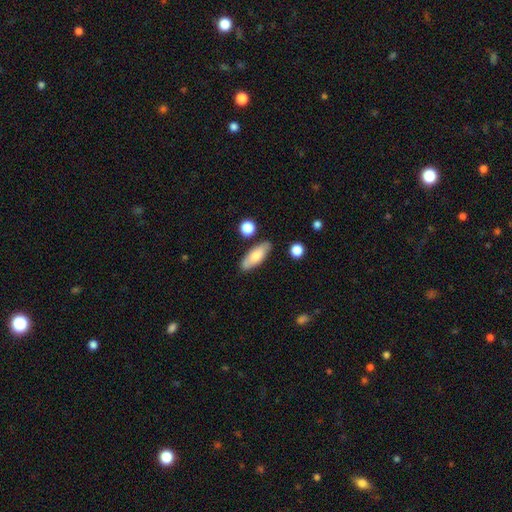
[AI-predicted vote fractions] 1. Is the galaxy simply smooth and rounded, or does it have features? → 71% smooth, 22% featured or disk, 6% star or artifact.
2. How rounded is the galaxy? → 68% in between, 29% cigar-shaped, 3% round.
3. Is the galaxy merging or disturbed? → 81% none, 12% minor disturbance, 4% merger, 3% major disturbance.